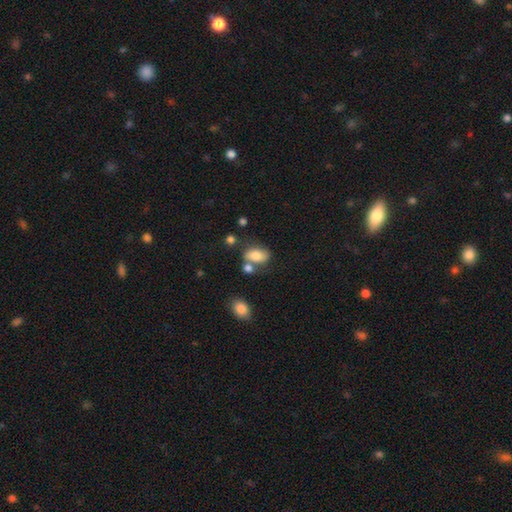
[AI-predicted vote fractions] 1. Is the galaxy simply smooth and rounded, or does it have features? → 75% smooth, 16% featured or disk, 9% star or artifact.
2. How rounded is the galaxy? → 85% in between, 13% round, 2% cigar-shaped.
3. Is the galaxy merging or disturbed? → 51% none, 23% merger, 19% minor disturbance, 7% major disturbance.